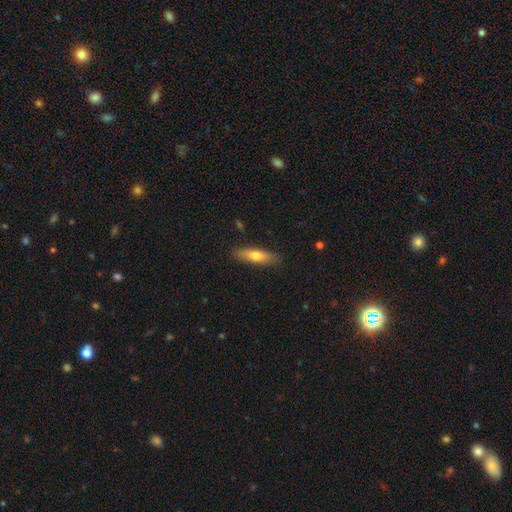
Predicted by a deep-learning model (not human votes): smooth_or_featured: smooth (p=0.64) [alt: featured or disk p=0.30]
how_rounded: cigar-shaped (p=0.67) [alt: in between p=0.30]
merging: none (p=0.87) [alt: minor disturbance p=0.10]